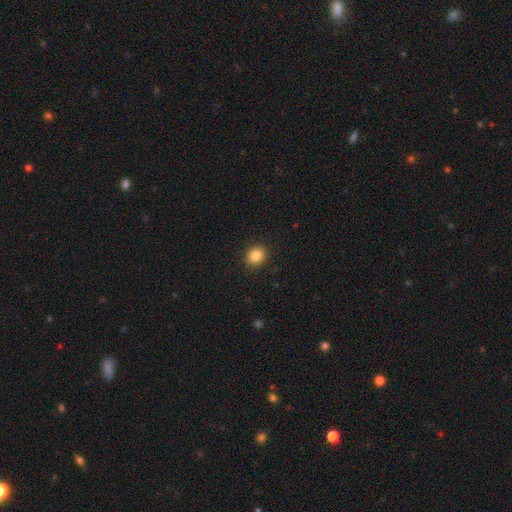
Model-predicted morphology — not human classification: This appears to be a smooth galaxy with no disk features (85%) that is round (77%). Merging: none (91%).